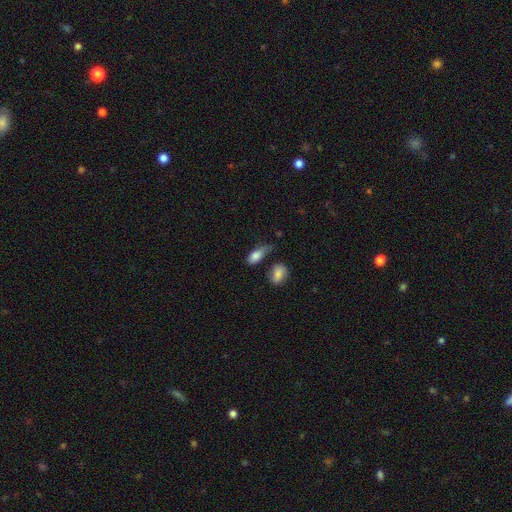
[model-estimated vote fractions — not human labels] This is clearly a smooth galaxy (81%). How rounded: clearly in between (85%). Merging: marginally none (38%).